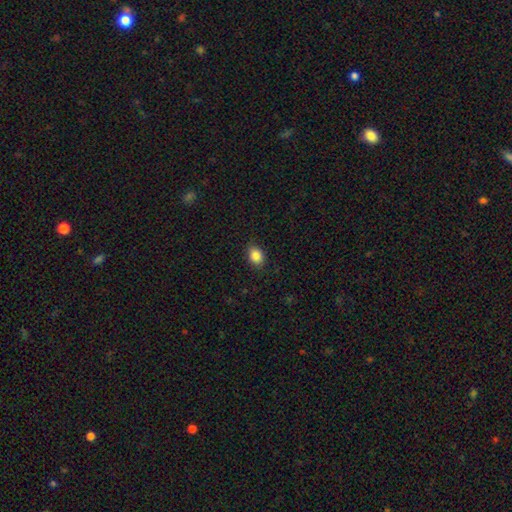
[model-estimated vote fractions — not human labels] Smooth or featured? smooth (86%)
How rounded? in between (69%)
Merging? none (87%)